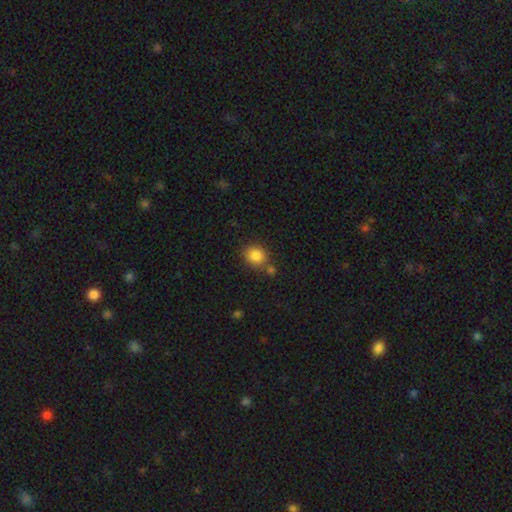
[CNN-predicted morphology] Q: Smooth or featured?
A: smooth (85%); runner-up: star or artifact (10%)
Q: How rounded?
A: round (73%); runner-up: in between (26%)
Q: Merging?
A: none (68%); runner-up: minor disturbance (14%)